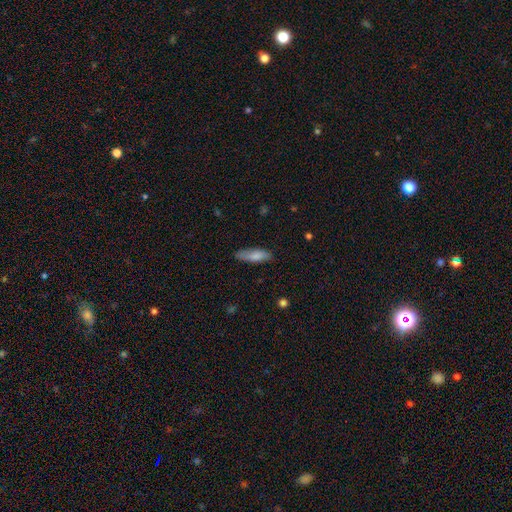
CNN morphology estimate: Q: Smooth or featured?
A: smooth (81%); runner-up: featured or disk (13%)
Q: How rounded?
A: cigar-shaped (52%); runner-up: in between (46%)
Q: Merging?
A: none (76%); runner-up: minor disturbance (18%)